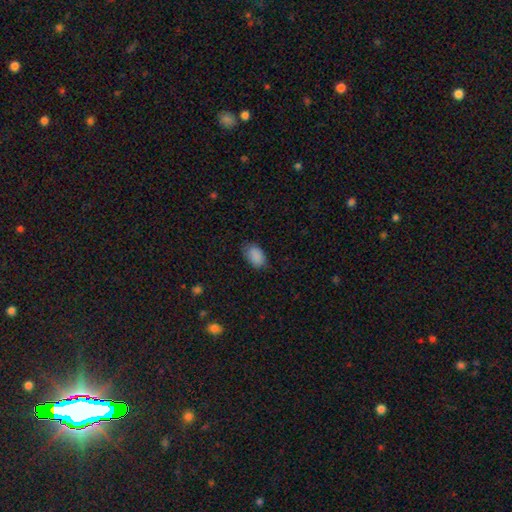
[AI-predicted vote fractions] Smooth or featured?
  - smooth: 89% *
  - star or artifact: 8%
  - featured or disk: 4%
How rounded?
  - in between: 91% *
  - round: 8%
  - cigar-shaped: 1%
Merging?
  - none: 77% *
  - minor disturbance: 18%
  - major disturbance: 4%
  - merger: 1%